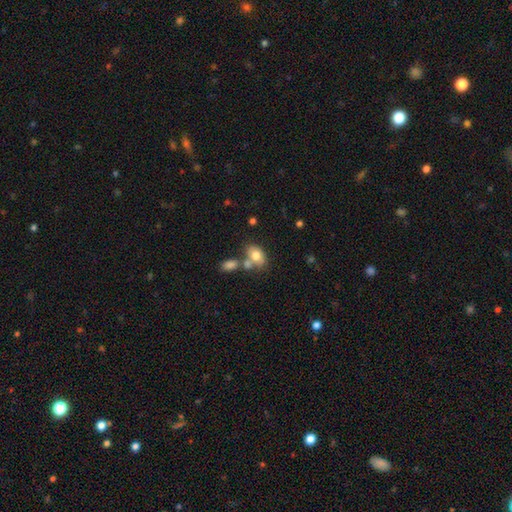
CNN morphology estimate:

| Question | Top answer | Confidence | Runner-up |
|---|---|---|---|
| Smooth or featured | smooth | 77% | featured or disk (15%) |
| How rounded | in between | 84% | round (14%) |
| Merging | none | 45% | merger (36%) |